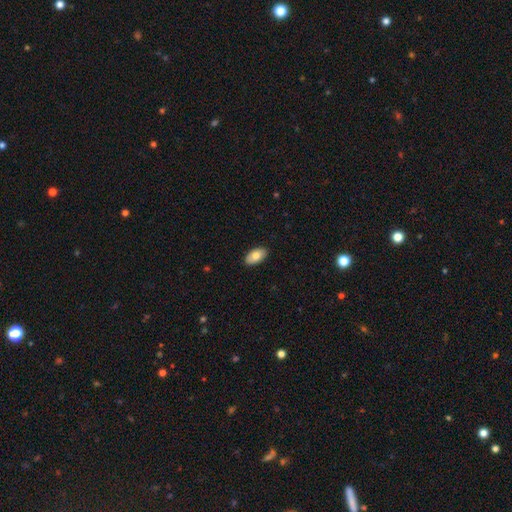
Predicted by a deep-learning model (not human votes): The model was most divided on "smooth or featured": smooth: 76%, featured or disk: 17%, star or artifact: 6%. More confident: how rounded — in between (95%); merging — none (89%).